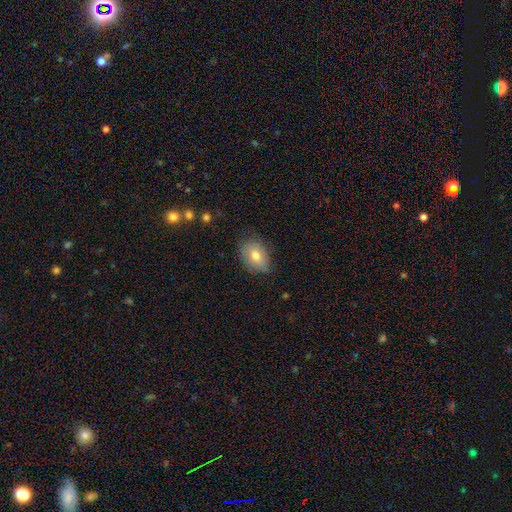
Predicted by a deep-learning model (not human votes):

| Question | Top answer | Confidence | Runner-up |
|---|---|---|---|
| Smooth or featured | smooth | 75% | featured or disk (17%) |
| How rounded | in between | 77% | round (22%) |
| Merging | none | 73% | minor disturbance (22%) |